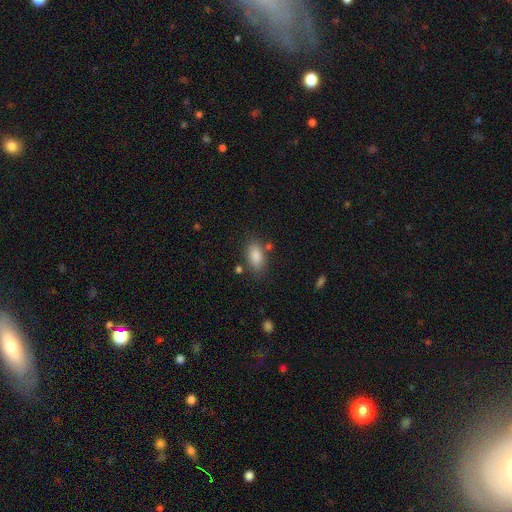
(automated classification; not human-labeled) This is clearly a smooth galaxy (84%). How rounded: clearly in between (90%). Merging: likely none (79%).